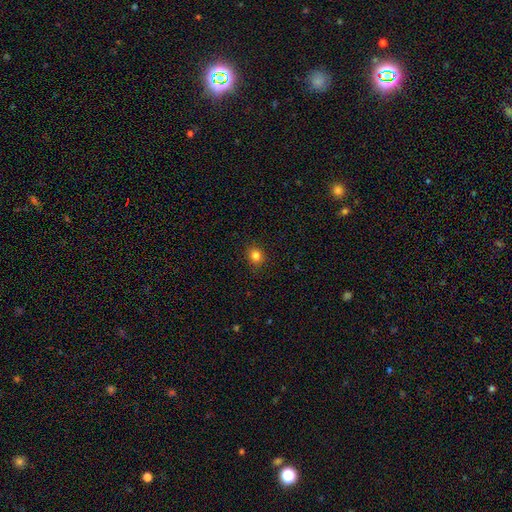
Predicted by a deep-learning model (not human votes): Smooth or featured?
  - smooth: 82% *
  - star or artifact: 13%
  - featured or disk: 5%
How rounded?
  - round: 79% *
  - in between: 20%
  - cigar-shaped: 1%
Merging?
  - none: 90% *
  - minor disturbance: 8%
  - major disturbance: 2%
  - merger: 1%